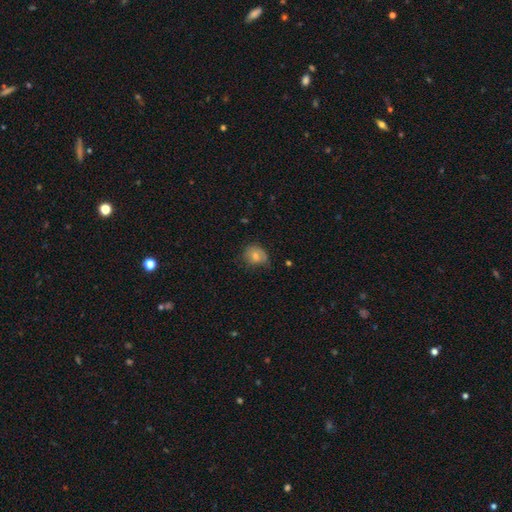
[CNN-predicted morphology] A smooth galaxy with no disk features (71%) that is round (62%). Merging: none (55%).